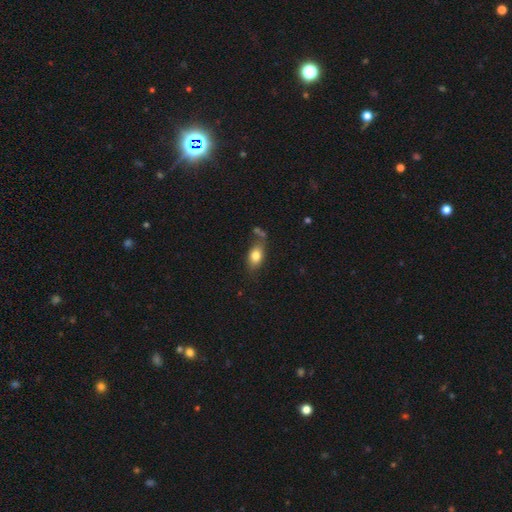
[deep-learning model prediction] Smooth or featured? smooth (79%)
How rounded? in between (86%)
Merging? none (60%)